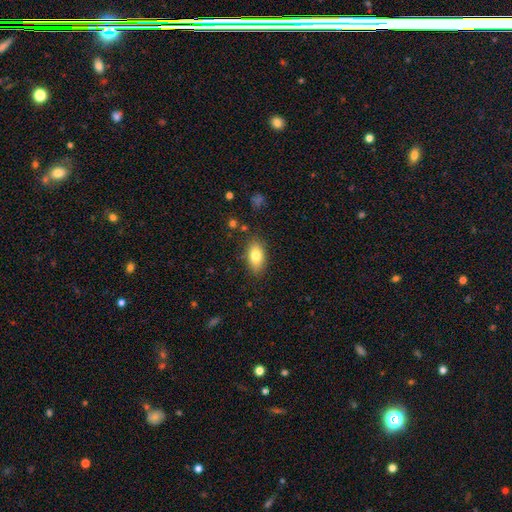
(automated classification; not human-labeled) Morphology: type=smooth (80%); roundness=in between (89%); merging=none (83%).